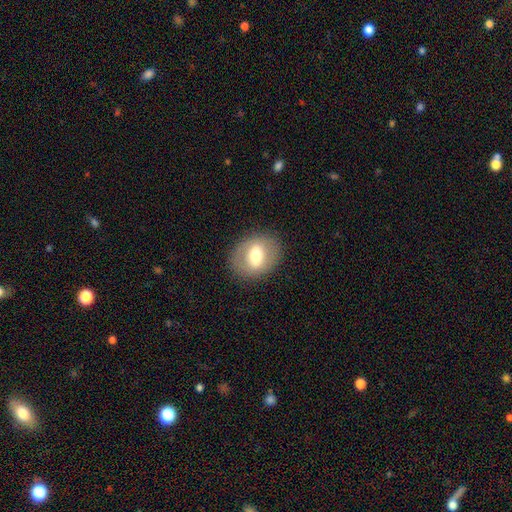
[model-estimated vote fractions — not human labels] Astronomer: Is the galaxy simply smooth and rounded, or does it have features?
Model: smooth — 56% (runner-up: featured or disk, 35%).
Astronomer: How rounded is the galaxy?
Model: in between — 55% (runner-up: round, 44%).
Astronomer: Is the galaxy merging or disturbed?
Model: none — 85%.